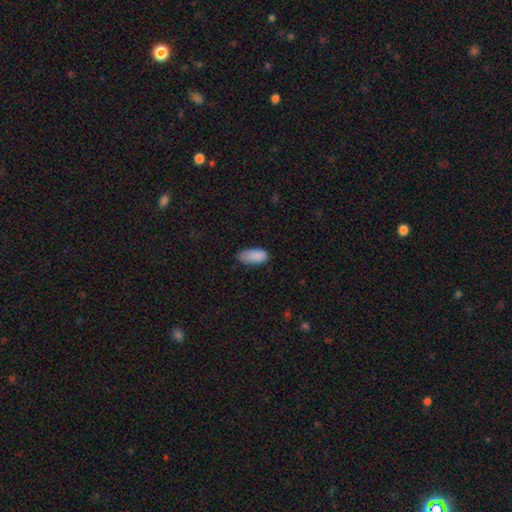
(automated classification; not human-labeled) smooth-or-featured: smooth: 88% | star or artifact: 8% | featured or disk: 5%
  how-rounded: in between: 91% | cigar-shaped: 7% | round: 2%
  merging: none: 61% | minor disturbance: 30% | major disturbance: 7% | merger: 2%